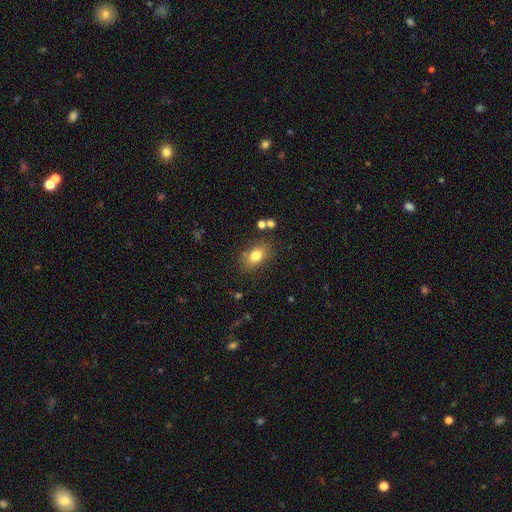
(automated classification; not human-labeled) Smooth or featured: smooth — 80% (featured or disk — 10%)
How rounded: in between — 80% (round — 18%)
Merging: none — 79% (minor disturbance — 12%)